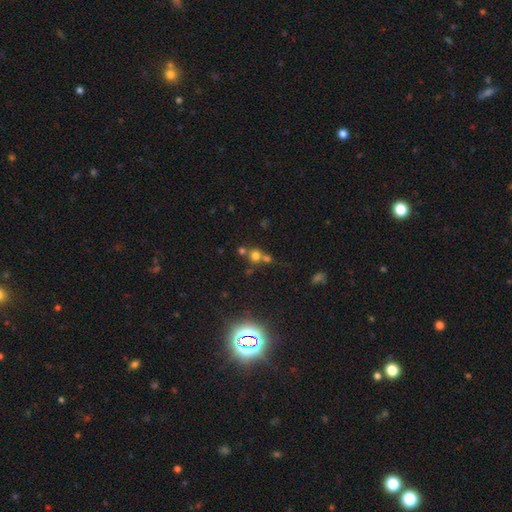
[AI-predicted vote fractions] Morphology: type=smooth (63%); roundness=round (88%); merging=none (48%).